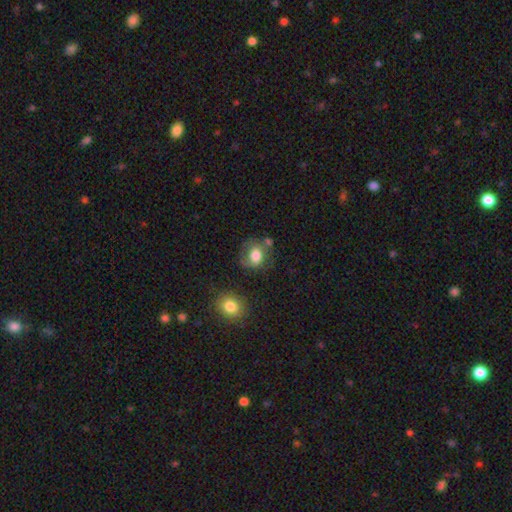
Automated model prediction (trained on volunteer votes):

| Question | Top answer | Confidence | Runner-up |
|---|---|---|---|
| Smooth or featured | smooth | 67% | featured or disk (24%) |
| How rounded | round | 58% | in between (41%) |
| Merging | none | 47% | minor disturbance (26%) |